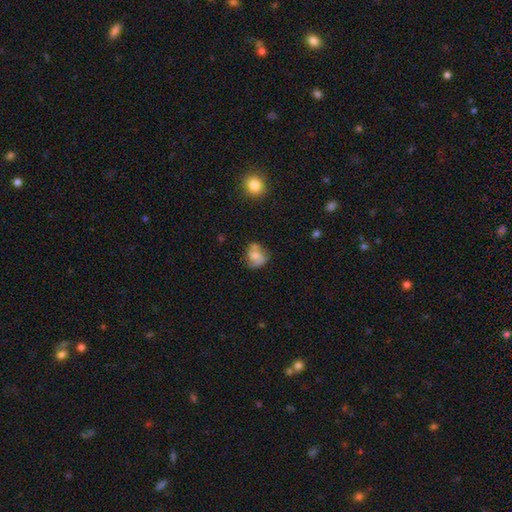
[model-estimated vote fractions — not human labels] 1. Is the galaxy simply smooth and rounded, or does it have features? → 47% smooth, 44% featured or disk, 10% star or artifact.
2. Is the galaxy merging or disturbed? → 48% none, 25% minor disturbance, 15% merger, 12% major disturbance.